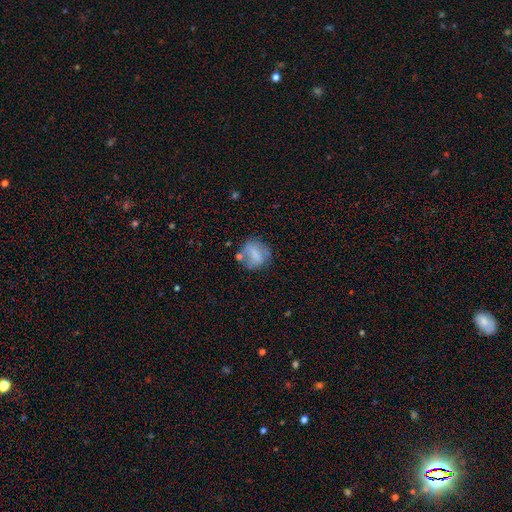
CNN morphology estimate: smooth_or_featured: smooth (p=0.58) [alt: featured or disk p=0.32]
how_rounded: round (p=0.71) [alt: in between p=0.27]
merging: none (p=0.57) [alt: minor disturbance p=0.23]